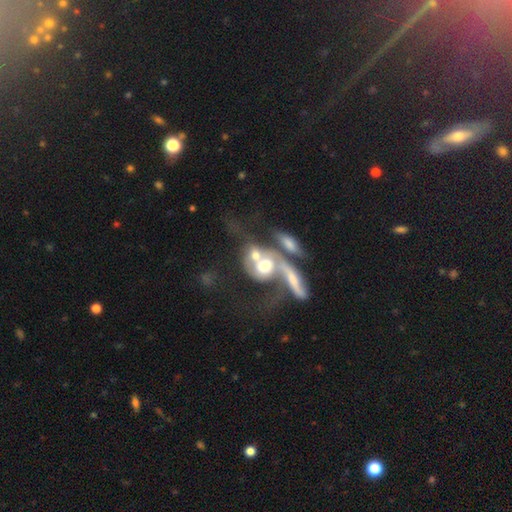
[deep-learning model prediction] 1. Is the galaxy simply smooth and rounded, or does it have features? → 58% featured or disk, 33% smooth, 9% star or artifact.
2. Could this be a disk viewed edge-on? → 90% no, 10% yes.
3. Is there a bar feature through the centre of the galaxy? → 76% no, 16% weak, 8% strong.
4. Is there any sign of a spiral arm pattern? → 56% yes, 44% no.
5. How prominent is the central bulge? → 47% moderate, 33% large, 9% small, 6% none, 6% dominant.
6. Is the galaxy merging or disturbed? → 69% merger, 14% major disturbance, 10% none, 6% minor disturbance.